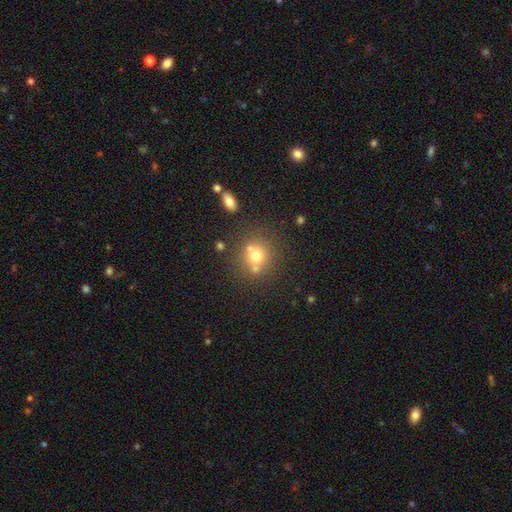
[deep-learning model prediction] Morphology: type=smooth (67%); roundness=round (85%); merging=none (63%).